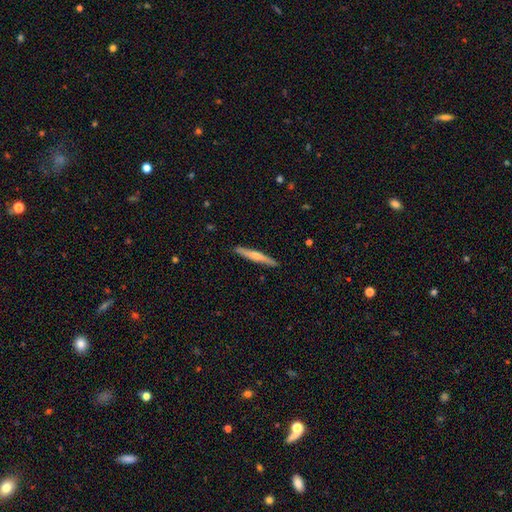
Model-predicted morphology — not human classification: Q: Smooth or featured?
A: smooth (50%); runner-up: featured or disk (45%)
Q: Merging?
A: none (89%); runner-up: minor disturbance (8%)